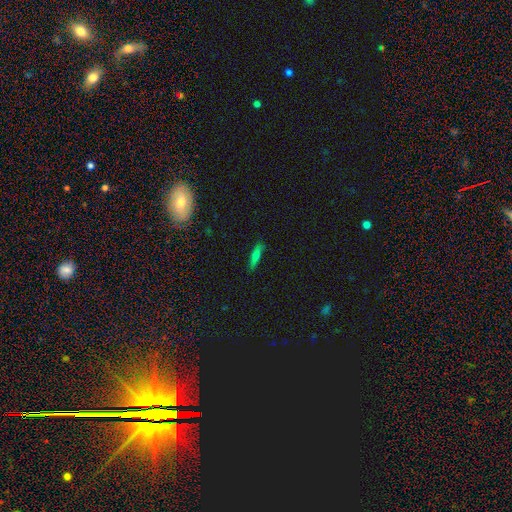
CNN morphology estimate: This appears to be a smooth galaxy with no disk features (71%) that is cigar-shaped (79%). Merging: none (83%).